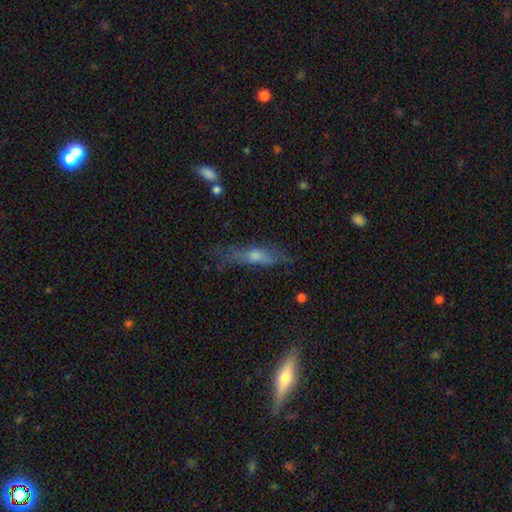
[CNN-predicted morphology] Smooth or featured? Predicted: featured or disk (p=0.45). Merging? Predicted: none (p=0.62).